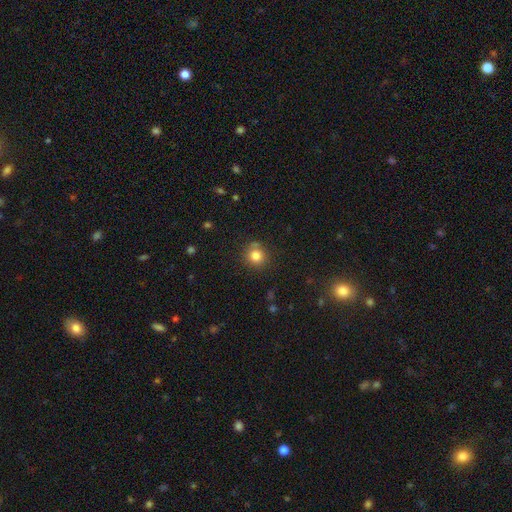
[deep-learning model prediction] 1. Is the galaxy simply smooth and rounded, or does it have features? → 81% smooth, 12% star or artifact, 7% featured or disk.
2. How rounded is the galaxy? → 90% round, 9% in between, 1% cigar-shaped.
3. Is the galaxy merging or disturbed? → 80% none, 12% minor disturbance, 5% merger, 3% major disturbance.